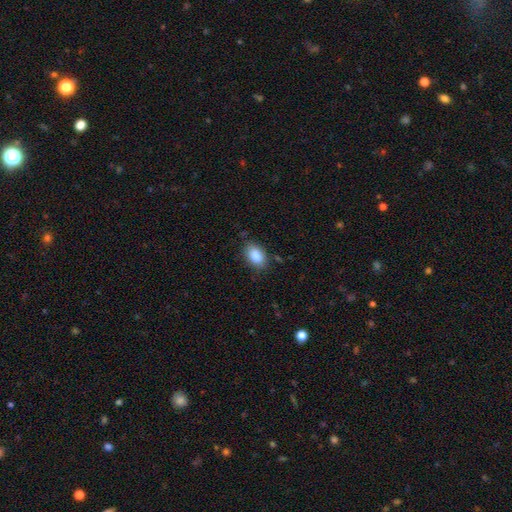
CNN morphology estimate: A smooth galaxy with no disk features (87%) that is in between round and cigar-shaped (87%). Merging: none (78%).